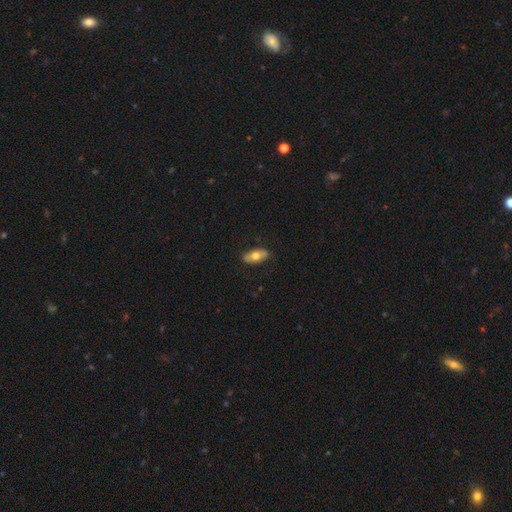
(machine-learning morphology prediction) smooth 65%, featured or disk 29%, star or artifact 6%. Down the decision tree: how rounded — in between (87%); merging — none (85%).